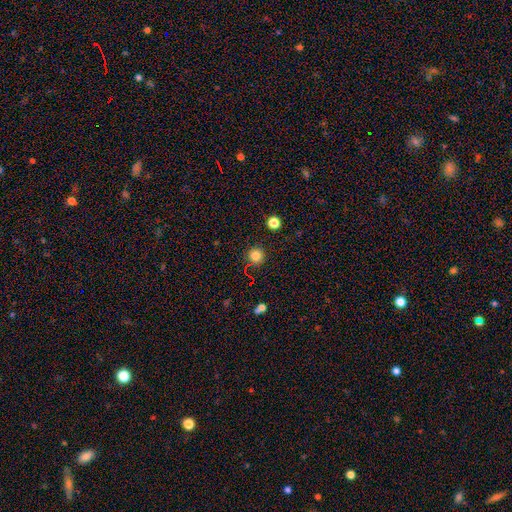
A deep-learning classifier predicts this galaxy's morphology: A smooth galaxy with no disk features (79%) that is round (94%). Merging: none (88%).